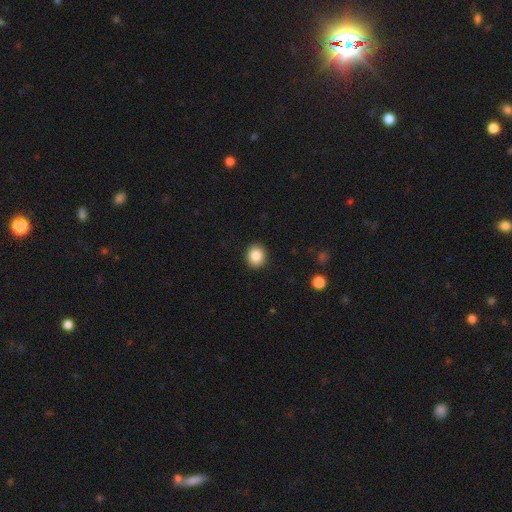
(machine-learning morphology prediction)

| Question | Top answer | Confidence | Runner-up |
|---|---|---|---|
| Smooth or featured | smooth | 86% | star or artifact (9%) |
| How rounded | round | 75% | in between (24%) |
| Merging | none | 92% | minor disturbance (6%) |